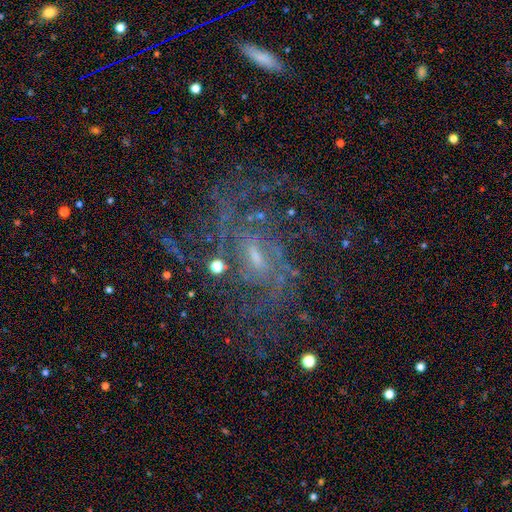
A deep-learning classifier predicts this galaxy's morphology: Smooth or featured? featured or disk (83%)
Edge-on disk? no (96%)
Bar? weak (52%)
Spiral arms? yes (95%)
Spiral winding? medium (44%)
Spiral arm count? can't tell (30%)
Bulge size? small (62%)
Merging? none (67%)